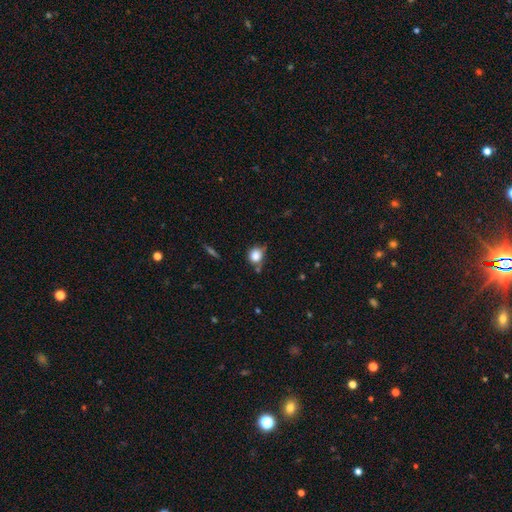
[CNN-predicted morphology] A smooth galaxy with no disk features (83%) that is round (80%).

Vote fractions:
- Smooth or featured? smooth: 83% / star or artifact: 10% / featured or disk: 7%
- How rounded? round: 80% / in between: 19% / cigar-shaped: 1%
- Merging? none: 61% / minor disturbance: 23% / merger: 10% / major disturbance: 6%